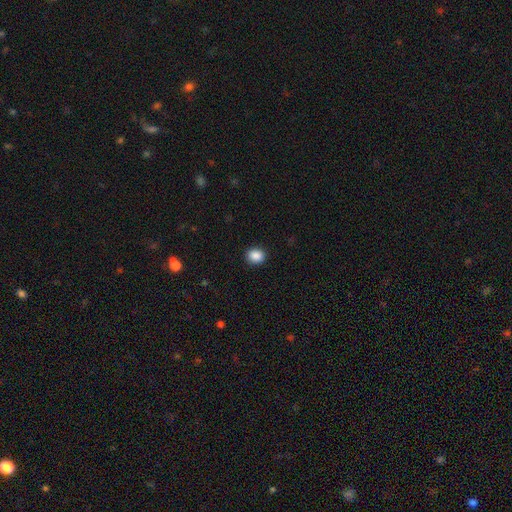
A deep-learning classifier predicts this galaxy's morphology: smooth_or_featured: smooth (p=0.89) [alt: star or artifact p=0.09]
how_rounded: round (p=0.65) [alt: in between p=0.34]
merging: none (p=0.91) [alt: minor disturbance p=0.06]